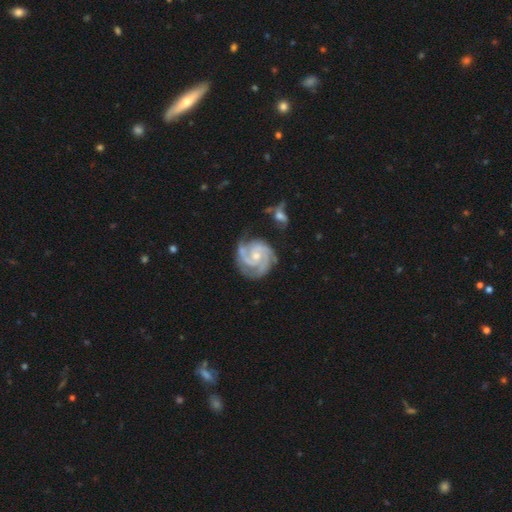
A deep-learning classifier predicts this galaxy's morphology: smooth-or-featured: featured or disk: 92% | smooth: 4% | star or artifact: 4%
  disk-edge-on: no: 98% | yes: 2%
    bar: no: 67% | weak: 27% | strong: 6%
    has-spiral-arms: yes: 98% | no: 2%
      spiral-winding: tight: 64% | medium: 32% | loose: 4%
      spiral-arm-count: 3: 52% | 2: 29% | 4: 7% | can't tell: 6% | 1: 3% | more than 4: 3%
    bulge-size: small: 52% | moderate: 43% | none: 2% | large: 1% | dominant: 1%
  merging: none: 67% | minor disturbance: 21% | major disturbance: 7% | merger: 5%